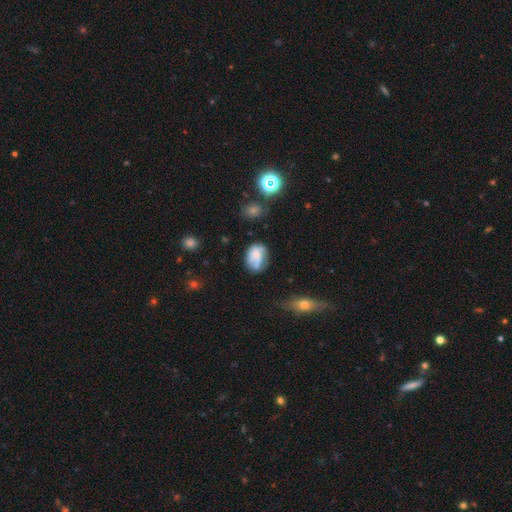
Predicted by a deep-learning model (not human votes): Smooth or featured?
  - smooth: 48% *
  - featured or disk: 41%
  - star or artifact: 11%
Merging?
  - none: 45% *
  - minor disturbance: 29%
  - major disturbance: 17%
  - merger: 9%